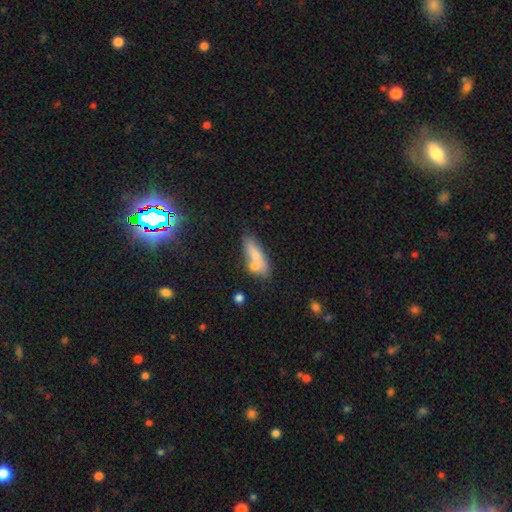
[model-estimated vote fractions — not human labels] This is likely a smooth galaxy (69%). How rounded: likely in between (61%). Merging: possibly none (45%).